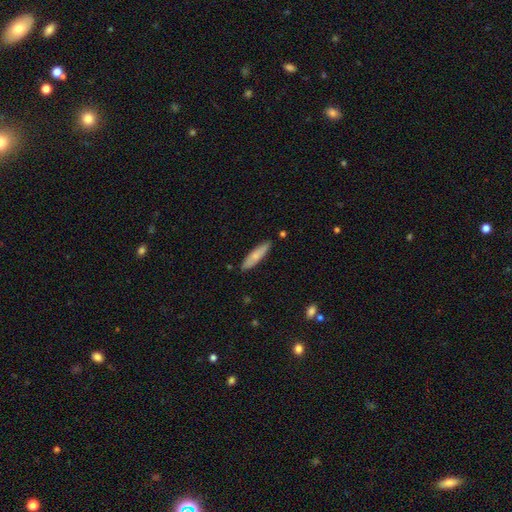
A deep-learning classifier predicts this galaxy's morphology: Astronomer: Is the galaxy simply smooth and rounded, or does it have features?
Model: smooth — 71%.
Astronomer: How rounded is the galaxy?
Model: cigar-shaped — 72%.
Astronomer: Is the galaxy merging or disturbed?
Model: none — 84%.